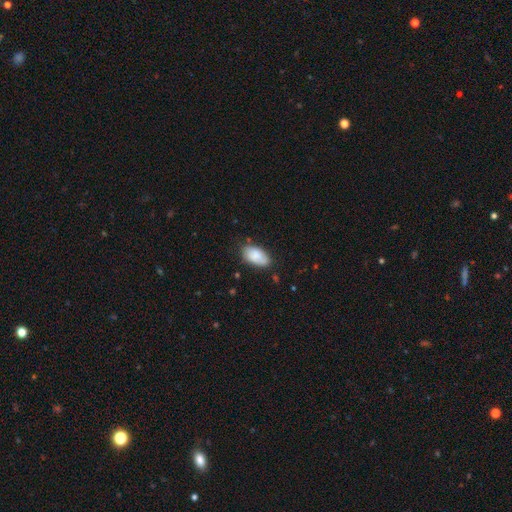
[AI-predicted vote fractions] smooth_or_featured: smooth (p=0.81) [alt: featured or disk p=0.13]
how_rounded: in between (p=0.94) [alt: round p=0.03]
merging: none (p=0.71) [alt: minor disturbance p=0.23]